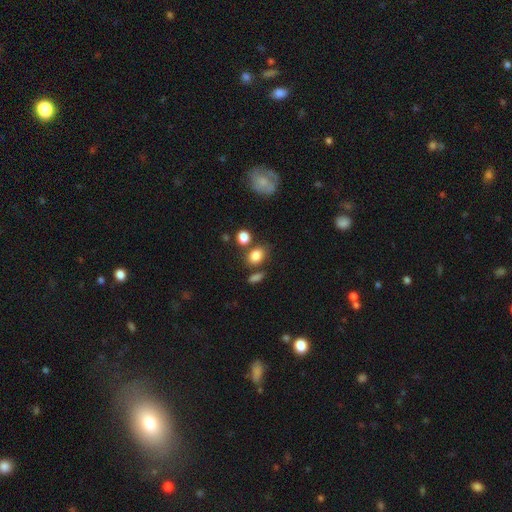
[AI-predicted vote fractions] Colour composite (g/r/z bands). It shows a smooth galaxy with no disk features (82%) that is in between round and cigar-shaped (58%). Merging: none (66%).